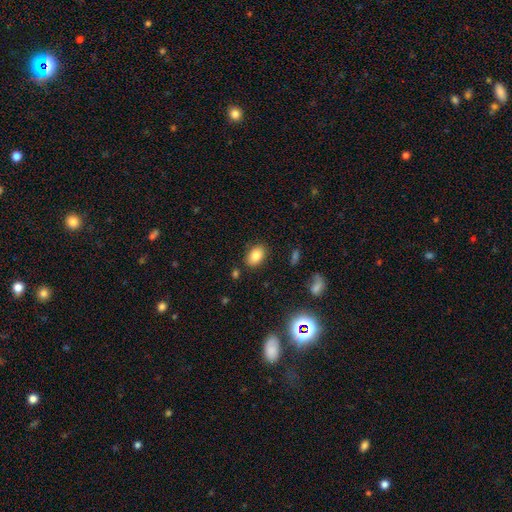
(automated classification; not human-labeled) Smooth or featured?
  - smooth: 82% *
  - star or artifact: 9%
  - featured or disk: 9%
How rounded?
  - in between: 85% *
  - round: 14%
  - cigar-shaped: 1%
Merging?
  - none: 85% *
  - minor disturbance: 10%
  - major disturbance: 3%
  - merger: 2%